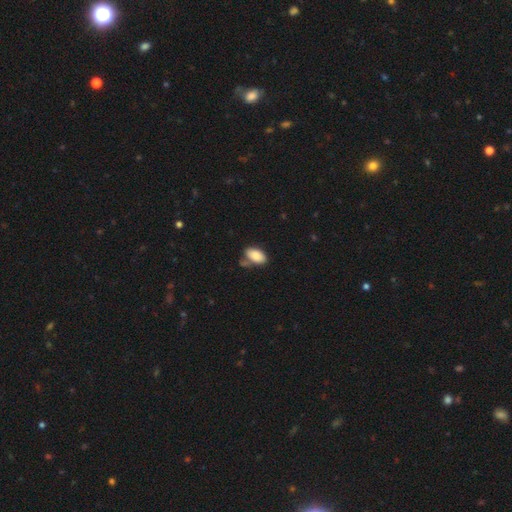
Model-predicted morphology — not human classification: Overall: smooth (86%). How rounded: in between (94%). Merging: none (58%; minor disturbance 23%).